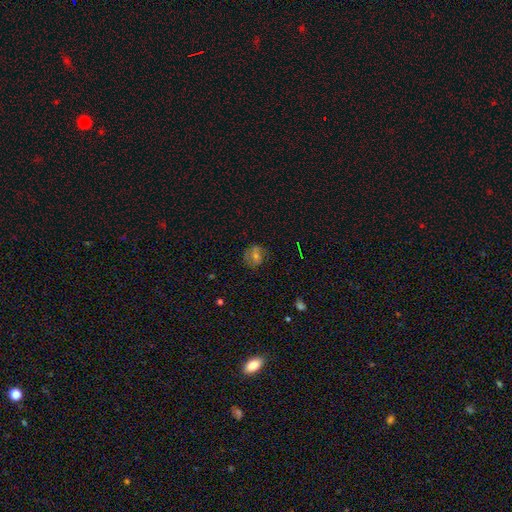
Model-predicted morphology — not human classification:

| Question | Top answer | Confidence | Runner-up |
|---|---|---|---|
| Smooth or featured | featured or disk | 52% | smooth (30%) |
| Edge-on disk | no | 97% | yes (3%) |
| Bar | no | 45% | weak (43%) |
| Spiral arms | yes | 80% | no (20%) |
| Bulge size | moderate | 46% | small (43%) |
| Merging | none | 75% | minor disturbance (15%) |